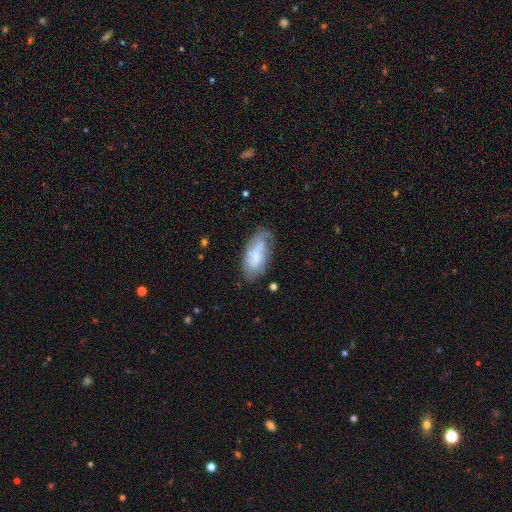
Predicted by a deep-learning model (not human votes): smooth 52%, featured or disk 40%, star or artifact 8%. Down the decision tree: how rounded — in between (91%); merging — none (51%).